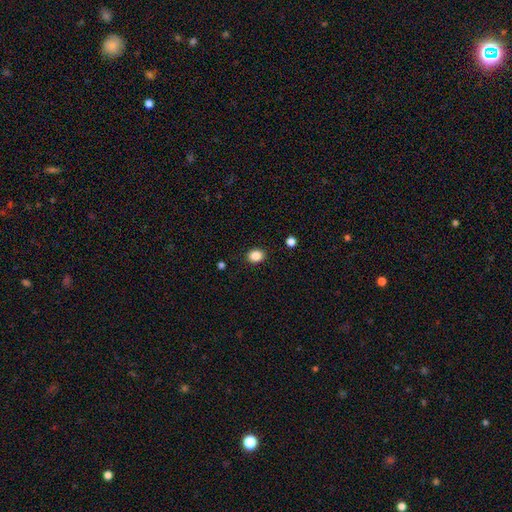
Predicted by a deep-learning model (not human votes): smooth-or-featured: smooth: 87% | star or artifact: 10% | featured or disk: 3%
  how-rounded: round: 60% | in between: 39% | cigar-shaped: 1%
  merging: none: 88% | minor disturbance: 8% | major disturbance: 2% | merger: 1%